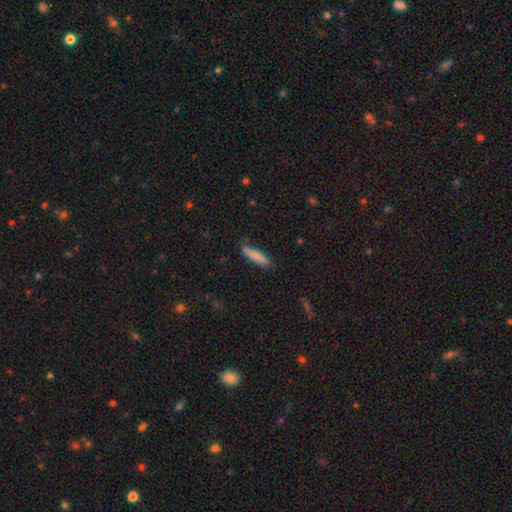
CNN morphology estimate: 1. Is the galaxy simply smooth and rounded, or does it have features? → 84% smooth, 10% featured or disk, 6% star or artifact.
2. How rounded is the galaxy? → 79% cigar-shaped, 20% in between, 1% round.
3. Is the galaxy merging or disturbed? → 82% none, 14% minor disturbance, 2% major disturbance, 2% merger.